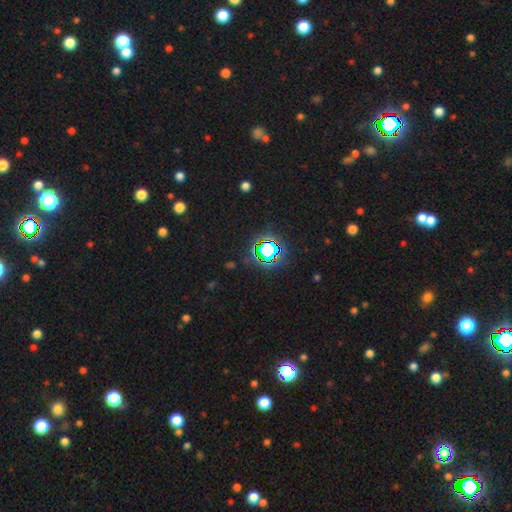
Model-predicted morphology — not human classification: Smooth or featured?
  - star or artifact: 80% *
  - smooth: 13%
  - featured or disk: 7%